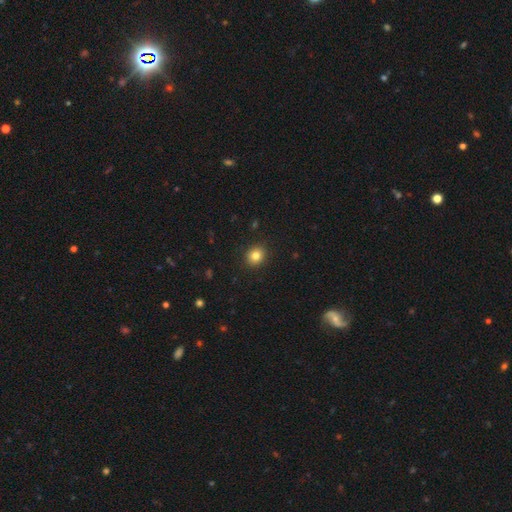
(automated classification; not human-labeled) Overall: smooth (82%). How rounded: round (74%). Merging: none (91%).